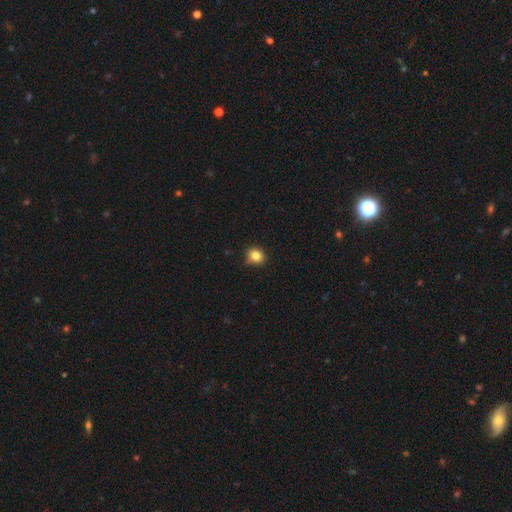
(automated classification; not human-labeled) Overall: smooth (83%). How rounded: round (77%). Merging: none (78%).